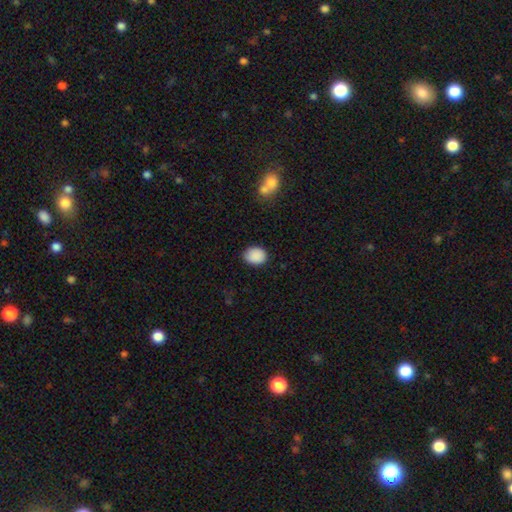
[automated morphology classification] A smooth galaxy with no disk features (89%) that is in between round and cigar-shaped (54%).

Vote fractions:
- Smooth or featured? smooth: 89% / star or artifact: 8% / featured or disk: 3%
- How rounded? in between: 54% / round: 45% / cigar-shaped: 1%
- Merging? none: 83% / minor disturbance: 12% / major disturbance: 3% / merger: 2%